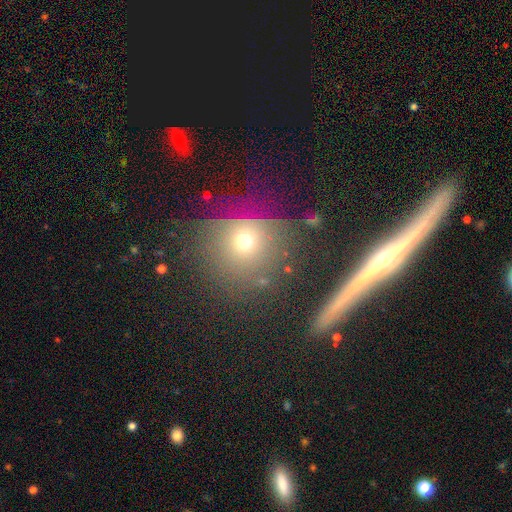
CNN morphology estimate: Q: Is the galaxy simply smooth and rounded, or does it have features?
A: featured or disk — 44%.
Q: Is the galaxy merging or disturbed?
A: none — 83%.